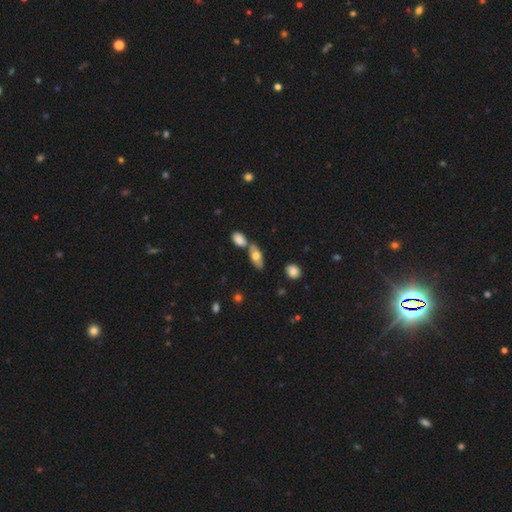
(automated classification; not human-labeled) Morphology: type=smooth (66%); roundness=in between (77%); merging=none (55%).